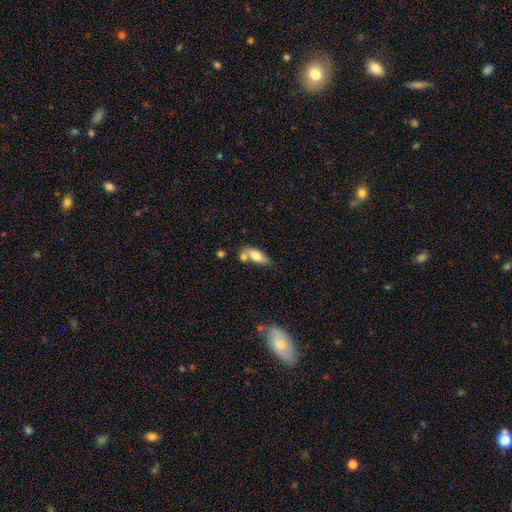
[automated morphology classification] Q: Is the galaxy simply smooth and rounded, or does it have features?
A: smooth — 73%.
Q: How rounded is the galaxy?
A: in between — 77%.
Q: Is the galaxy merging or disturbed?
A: none — 46%.